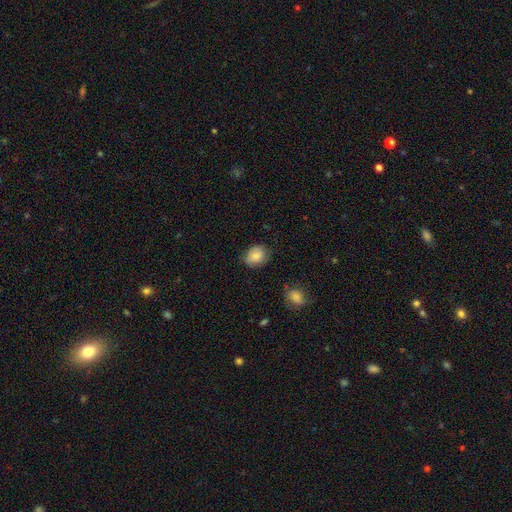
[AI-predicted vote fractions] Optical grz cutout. It shows a smooth galaxy with no disk features (81%) that is in between round and cigar-shaped (50%). Merging: none (74%).